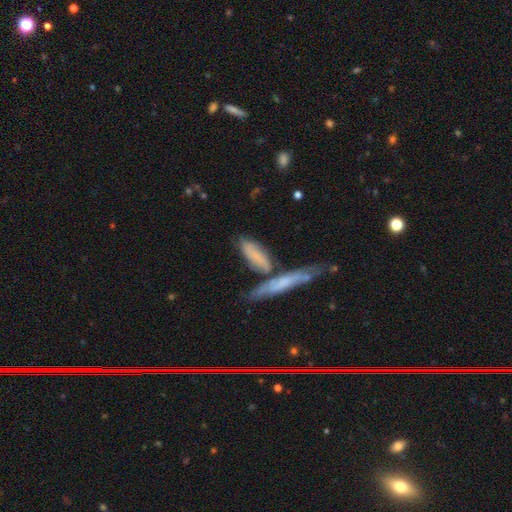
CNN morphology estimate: The model was most divided on "merging": none: 40%, merger: 37%, minor disturbance: 16%, major disturbance: 7%. More confident: smooth or featured — smooth (59%); how rounded — cigar-shaped (55%).